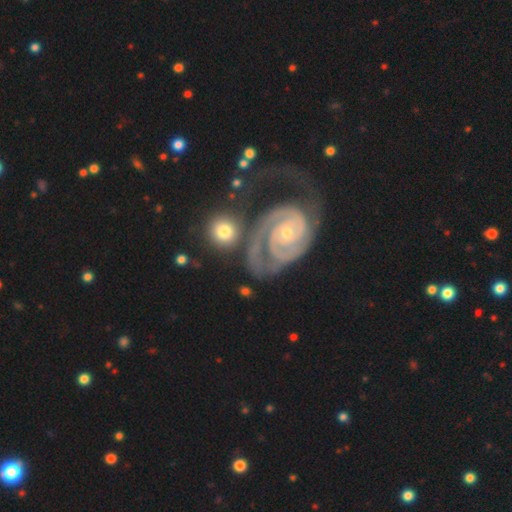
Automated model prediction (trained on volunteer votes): Q: Smooth or featured?
A: featured or disk (88%); runner-up: smooth (7%)
Q: Edge-on disk?
A: no (97%); runner-up: yes (3%)
Q: Bar?
A: no (67%); runner-up: weak (23%)
Q: Spiral arms?
A: yes (98%); runner-up: no (2%)
Q: Spiral winding?
A: tight (74%); runner-up: medium (22%)
Q: Spiral arm count?
A: 2 (63%); runner-up: 3 (13%)
Q: Bulge size?
A: small (72%); runner-up: moderate (24%)
Q: Merging?
A: none (54%); runner-up: minor disturbance (19%)